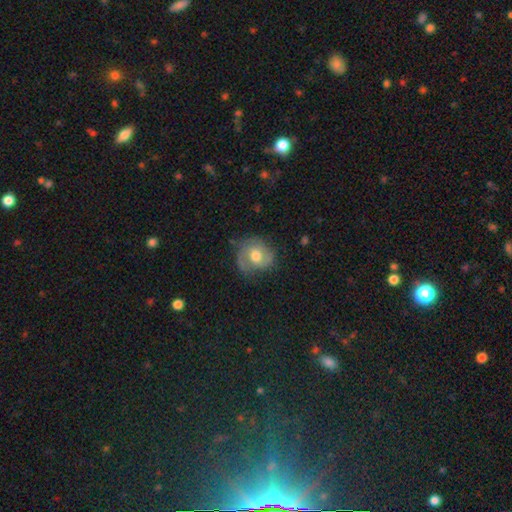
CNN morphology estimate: This appears to be a featured or disk galaxy (46%, tied with smooth). Merging: none (62%).